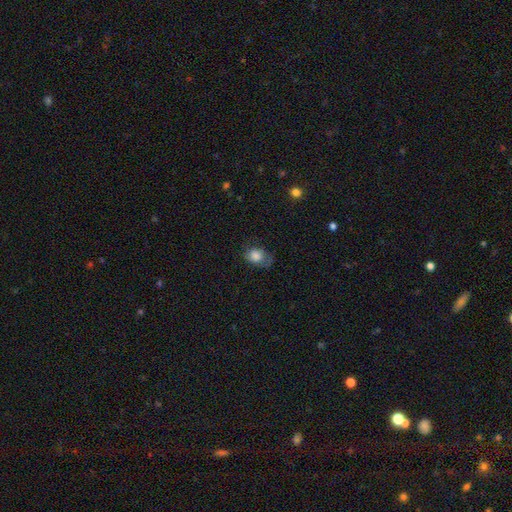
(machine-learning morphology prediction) This appears to be a smooth galaxy with no disk features (75%) that is in between round and cigar-shaped (58%). Merging: none (53%).